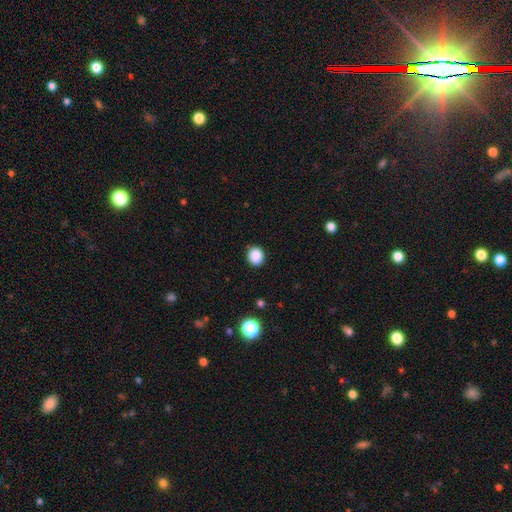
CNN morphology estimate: Smooth or featured: smooth — 87% (star or artifact — 10%)
How rounded: round — 69% (in between — 30%)
Merging: none — 88% (minor disturbance — 9%)